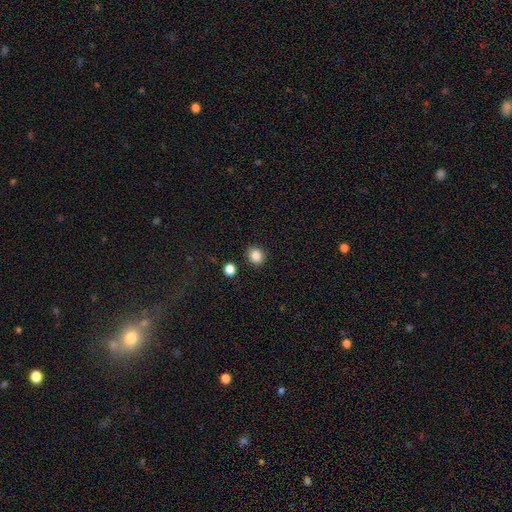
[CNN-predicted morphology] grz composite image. It shows a smooth galaxy with no disk features (86%) that is round (85%). Merging: none (88%).